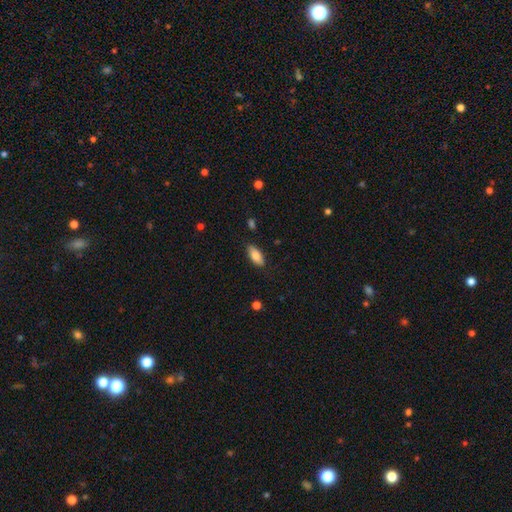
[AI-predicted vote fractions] Q: Smooth or featured?
A: smooth (83%); runner-up: featured or disk (11%)
Q: How rounded?
A: in between (88%); runner-up: cigar-shaped (10%)
Q: Merging?
A: none (82%); runner-up: minor disturbance (14%)